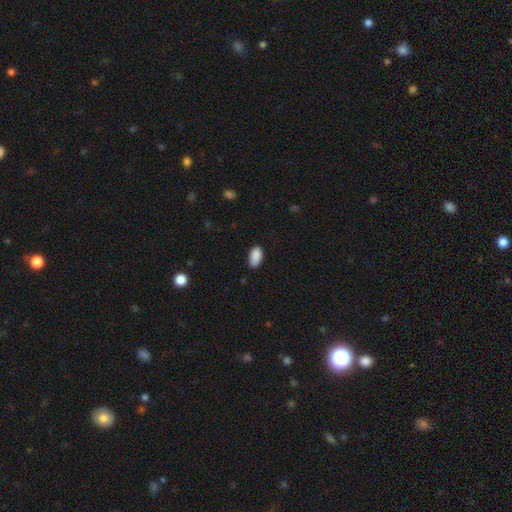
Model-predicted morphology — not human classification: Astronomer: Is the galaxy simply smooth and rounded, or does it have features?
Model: smooth — 89%.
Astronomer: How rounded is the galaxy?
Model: in between — 94%.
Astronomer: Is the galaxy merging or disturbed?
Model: none — 79%.